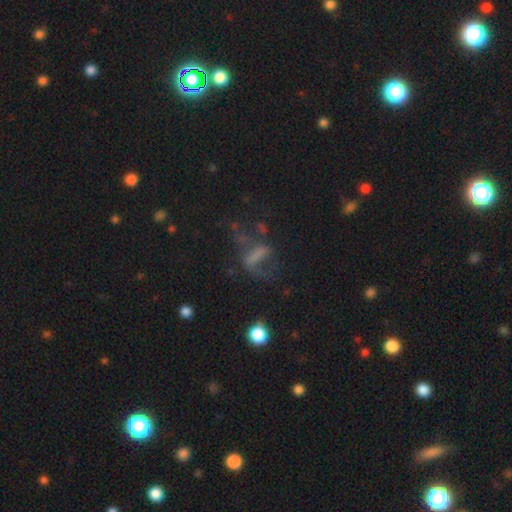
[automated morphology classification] Smooth or featured? featured or disk (42%)
Merging? major disturbance (43%)